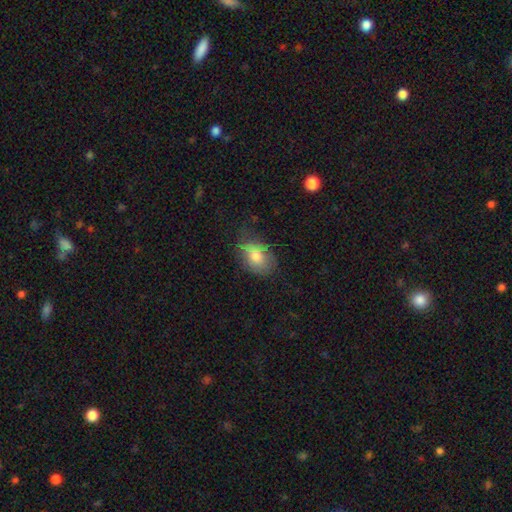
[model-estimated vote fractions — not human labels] Smooth or featured? Predicted: smooth (p=0.75). How rounded? Predicted: in between (p=0.81). Merging? Predicted: none (p=0.60).